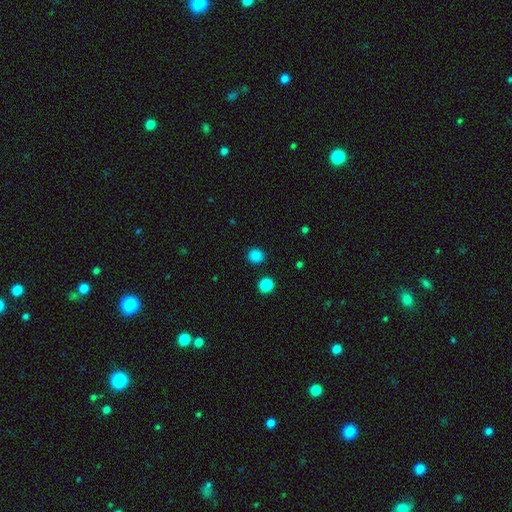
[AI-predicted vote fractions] This is clearly a smooth galaxy (84%). How rounded: clearly round (87%). Merging: clearly none (89%).